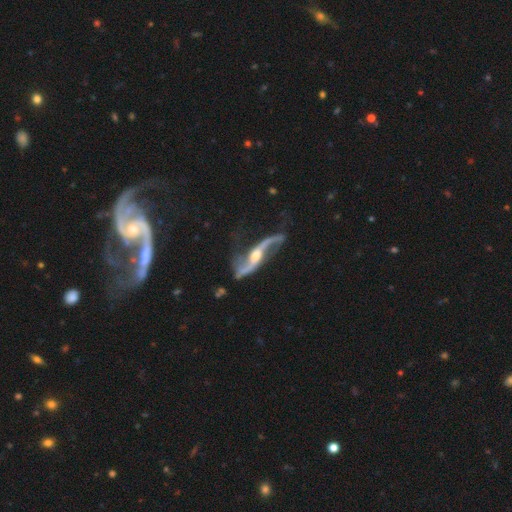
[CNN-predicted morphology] A featured or disk galaxy (91%) with no bar (41%), 2 (94%) loose (84%) spiral arms (97%) and a moderate central bulge (63%). Merging: none (67%).